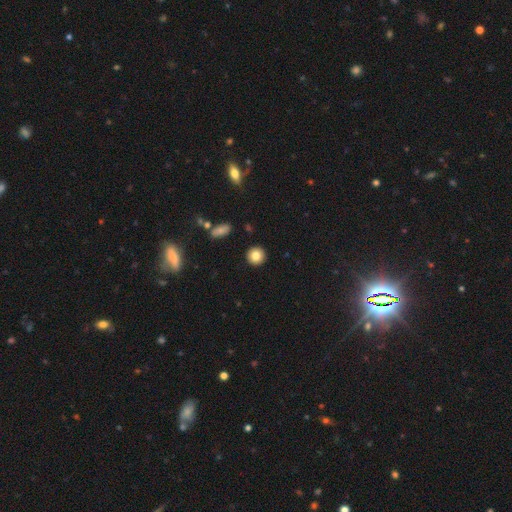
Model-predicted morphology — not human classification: Smooth or featured: smooth — 82% (star or artifact — 10%)
How rounded: round — 94% (in between — 5%)
Merging: none — 92% (minor disturbance — 5%)